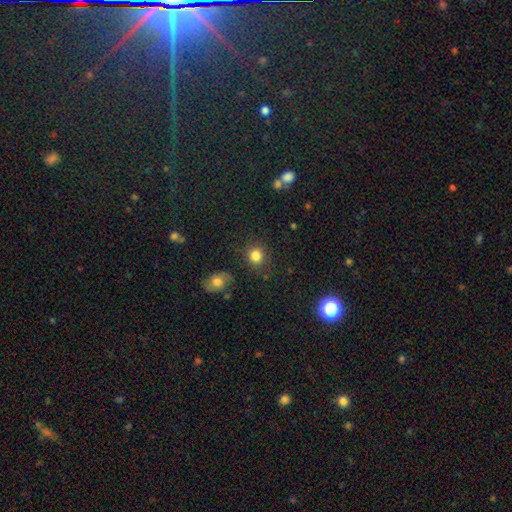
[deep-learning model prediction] The model was most divided on "how rounded": round: 84%, in between: 15%, cigar-shaped: 1%. More confident: merging — none (83%); smooth or featured — smooth (83%).